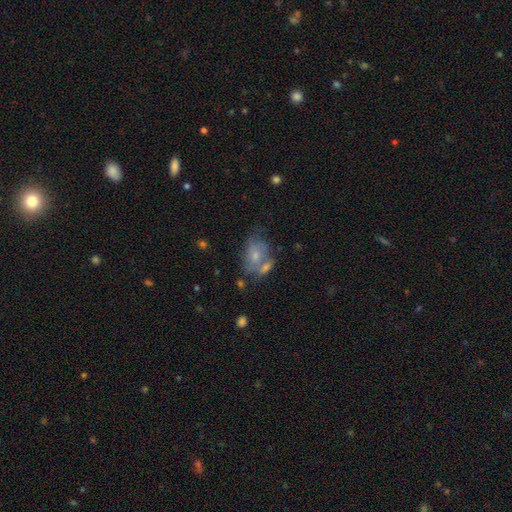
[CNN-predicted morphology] This appears to be a smooth galaxy with no disk features (55%) that is in between round and cigar-shaped (77%). Merging: none (35%).